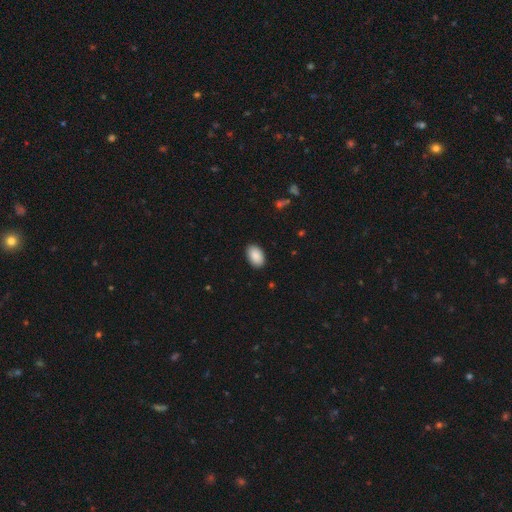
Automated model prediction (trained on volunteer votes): The model was most divided on "merging": none: 89%, minor disturbance: 8%, major disturbance: 2%, merger: 1%. More confident: how rounded — in between (92%); smooth or featured — smooth (90%).